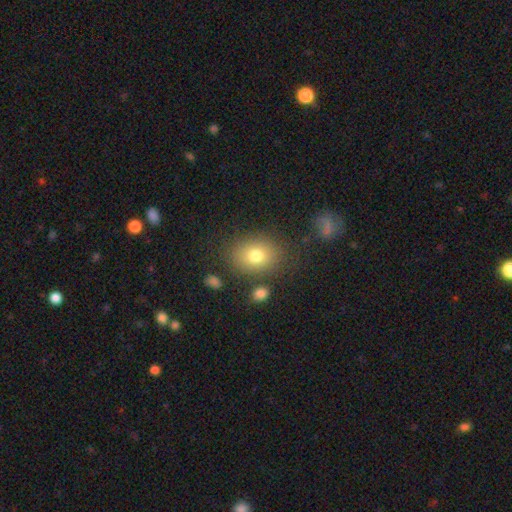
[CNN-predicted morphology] smooth 77%, featured or disk 12%, star or artifact 11%. Down the decision tree: how rounded — in between (52%); merging — none (80%).